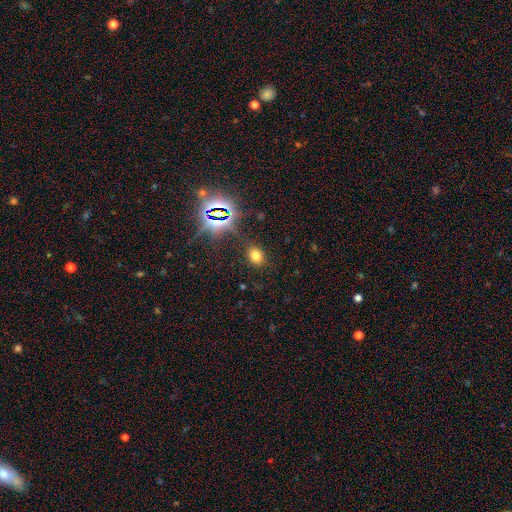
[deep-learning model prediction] smooth_or_featured: smooth (p=0.67) [alt: star or artifact p=0.25]
how_rounded: in between (p=0.58) [alt: round p=0.40]
merging: none (p=0.83) [alt: minor disturbance p=0.11]